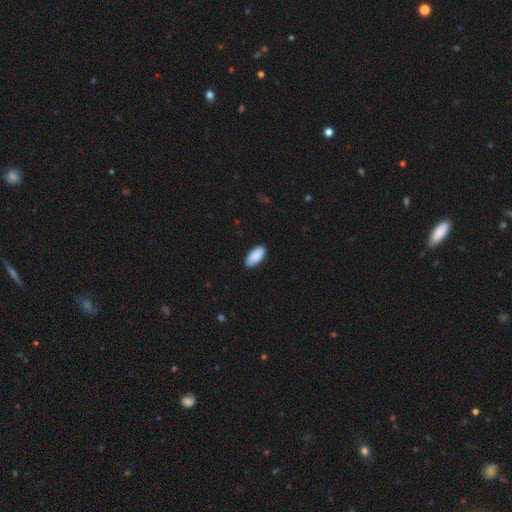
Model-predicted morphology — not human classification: smooth_or_featured: smooth (p=0.91) [alt: star or artifact p=0.06]
how_rounded: in between (p=0.90) [alt: cigar-shaped p=0.08]
merging: none (p=0.89) [alt: minor disturbance p=0.09]